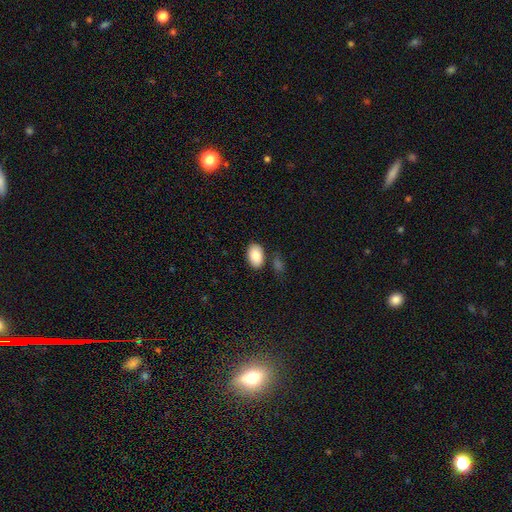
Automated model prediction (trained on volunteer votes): Smooth or featured?
  - smooth: 86% *
  - featured or disk: 8%
  - star or artifact: 7%
How rounded?
  - in between: 91% *
  - round: 8%
  - cigar-shaped: 1%
Merging?
  - none: 79% *
  - minor disturbance: 12%
  - merger: 6%
  - major disturbance: 3%